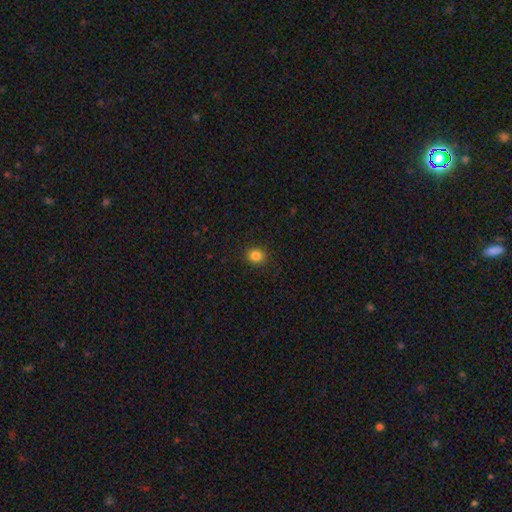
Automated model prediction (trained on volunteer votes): smooth 84%, star or artifact 11%, featured or disk 4%. Down the decision tree: how rounded — round (77%); merging — none (91%).